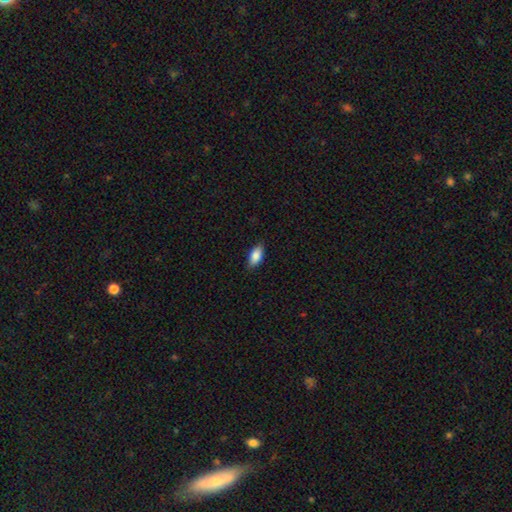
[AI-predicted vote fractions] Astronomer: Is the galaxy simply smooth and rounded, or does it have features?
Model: smooth — 86%.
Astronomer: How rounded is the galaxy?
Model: in between — 89%.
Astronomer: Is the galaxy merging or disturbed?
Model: none — 85%.